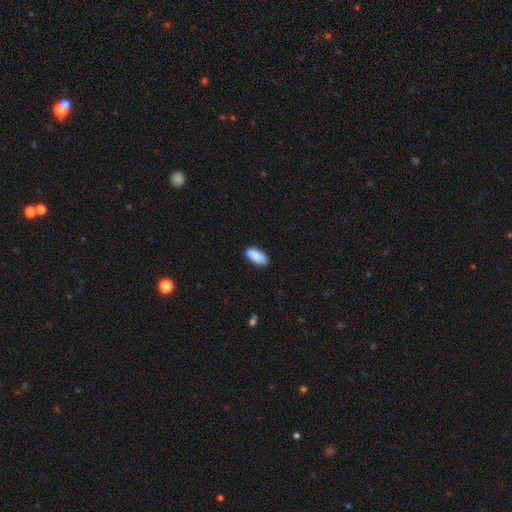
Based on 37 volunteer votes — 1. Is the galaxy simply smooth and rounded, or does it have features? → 92% smooth, 5% star or artifact, 3% featured or disk.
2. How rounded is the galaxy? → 100% in between, 0% round, 0% cigar-shaped.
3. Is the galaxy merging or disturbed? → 86% none, 14% minor disturbance, 0% major disturbance, 0% merger.